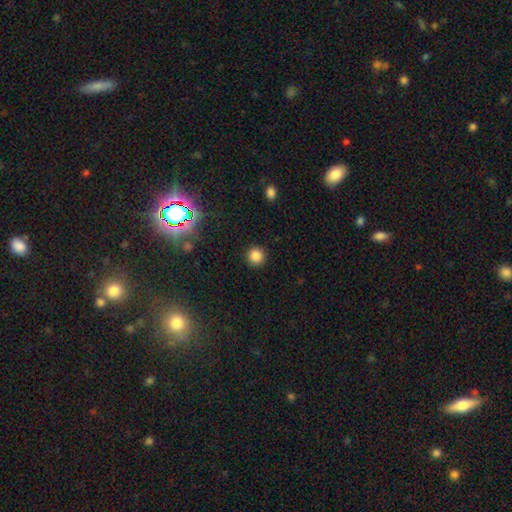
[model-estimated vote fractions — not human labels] Smooth or featured?
  - smooth: 83% *
  - star or artifact: 13%
  - featured or disk: 4%
How rounded?
  - round: 94% *
  - in between: 5%
  - cigar-shaped: 1%
Merging?
  - none: 91% *
  - minor disturbance: 5%
  - major disturbance: 2%
  - merger: 1%